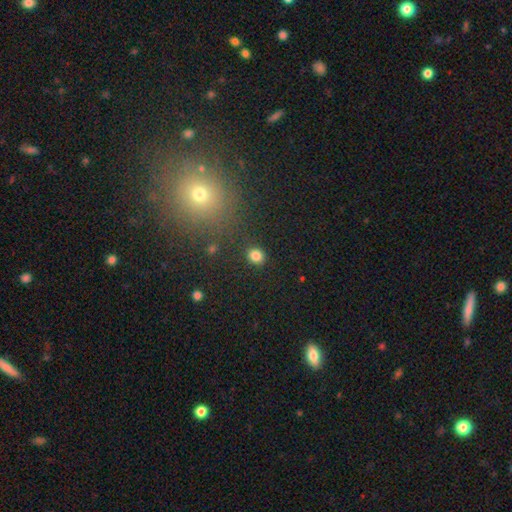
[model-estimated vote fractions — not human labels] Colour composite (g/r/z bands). It shows a smooth galaxy with no disk features (83%) that is round (74%). Merging: none (89%).